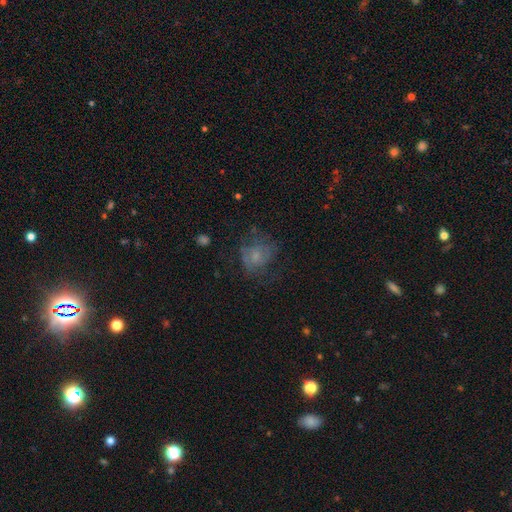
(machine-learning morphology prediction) A smooth galaxy with no disk features (53%) that is round (63%).

Vote fractions:
- Smooth or featured? smooth: 53% / featured or disk: 33% / star or artifact: 13%
- How rounded? round: 63% / in between: 36% / cigar-shaped: 1%
- Merging? none: 46% / major disturbance: 27% / minor disturbance: 24% / merger: 2%